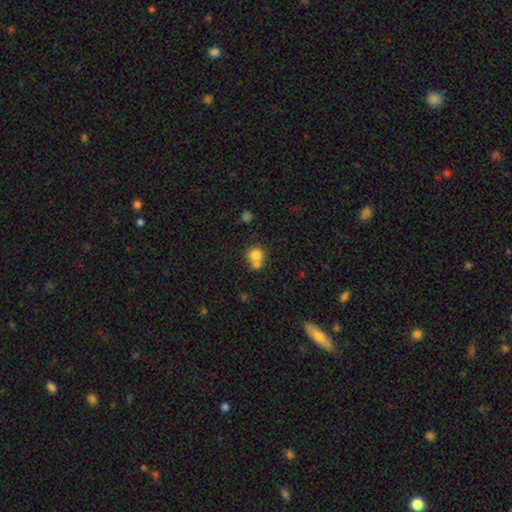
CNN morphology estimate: The model was most divided on "merging": none: 46%, merger: 42%, minor disturbance: 9%, major disturbance: 3%. More confident: how rounded — round (87%); smooth or featured — smooth (78%).